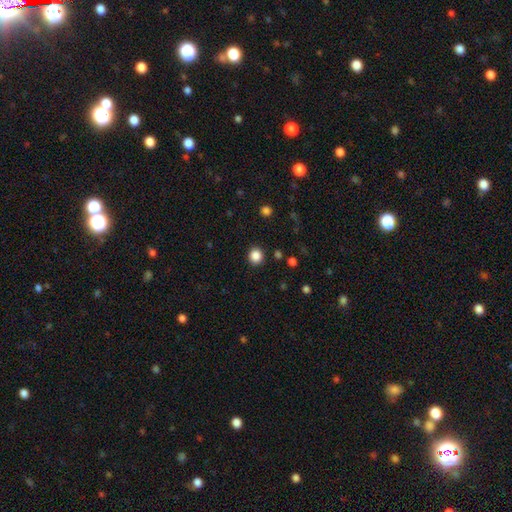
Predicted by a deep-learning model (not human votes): This is clearly a smooth galaxy (86%). How rounded: clearly round (90%). Merging: clearly none (91%).